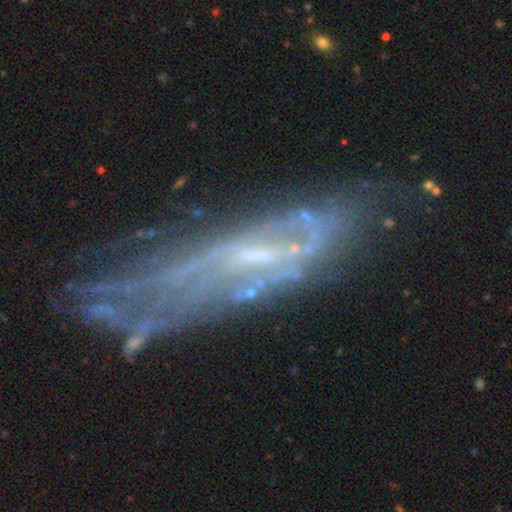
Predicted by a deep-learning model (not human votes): Smooth or featured? featured or disk (68%)
Edge-on disk? no (58%)
Merging? none (57%)